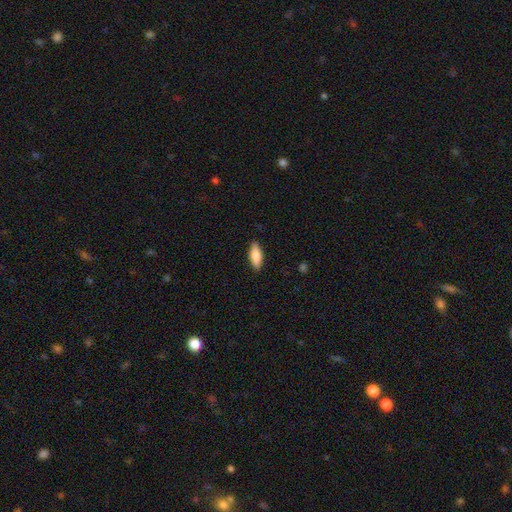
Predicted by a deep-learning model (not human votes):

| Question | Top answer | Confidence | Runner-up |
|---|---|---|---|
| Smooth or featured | smooth | 84% | featured or disk (10%) |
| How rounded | in between | 69% | cigar-shaped (29%) |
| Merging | none | 89% | minor disturbance (9%) |